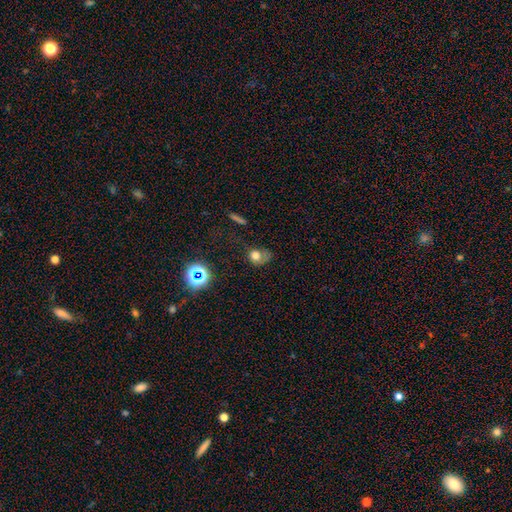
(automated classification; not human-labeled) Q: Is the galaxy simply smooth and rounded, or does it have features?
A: smooth — 69%.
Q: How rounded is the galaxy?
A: round — 55%.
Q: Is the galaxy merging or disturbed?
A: major disturbance — 33%, tied with none.